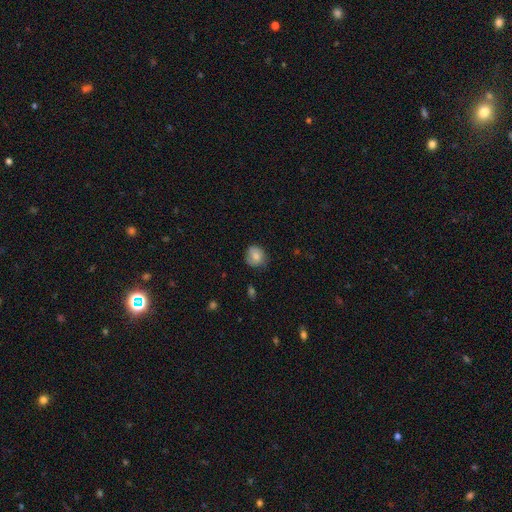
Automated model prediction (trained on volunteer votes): smooth_or_featured: smooth (p=0.76) [alt: featured or disk p=0.16]
how_rounded: round (p=0.78) [alt: in between p=0.21]
merging: none (p=0.68) [alt: minor disturbance p=0.25]